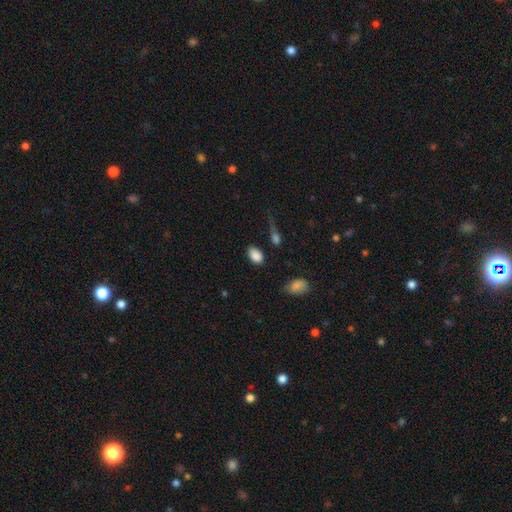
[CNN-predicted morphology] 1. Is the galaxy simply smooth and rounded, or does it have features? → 87% smooth, 8% star or artifact, 4% featured or disk.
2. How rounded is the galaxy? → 87% in between, 11% round, 2% cigar-shaped.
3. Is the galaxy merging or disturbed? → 73% none, 17% minor disturbance, 6% major disturbance, 4% merger.